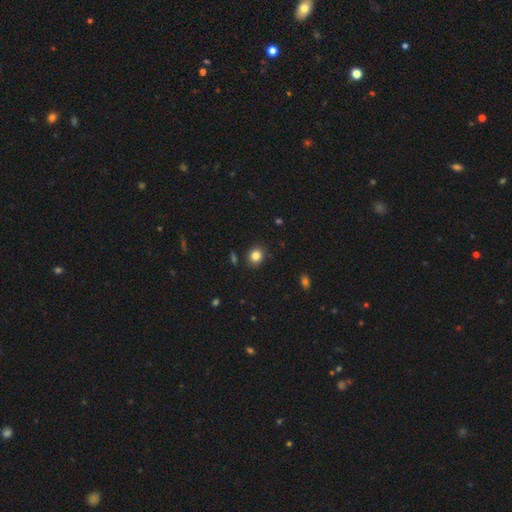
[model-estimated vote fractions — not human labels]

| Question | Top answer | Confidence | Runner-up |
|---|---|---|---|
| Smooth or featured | smooth | 84% | star or artifact (11%) |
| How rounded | round | 74% | in between (25%) |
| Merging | none | 87% | minor disturbance (9%) |